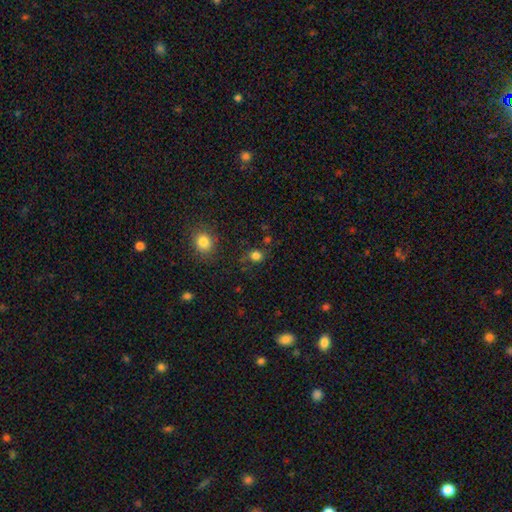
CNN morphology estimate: Overall: smooth (80%). How rounded: round (78%). Merging: none (81%).